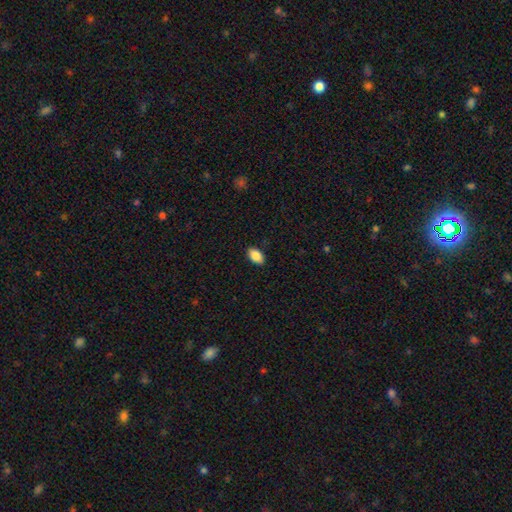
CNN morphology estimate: smooth-or-featured: smooth: 88% | star or artifact: 7% | featured or disk: 5%
  how-rounded: in between: 92% | round: 6% | cigar-shaped: 1%
  merging: none: 89% | minor disturbance: 8% | major disturbance: 2% | merger: 1%